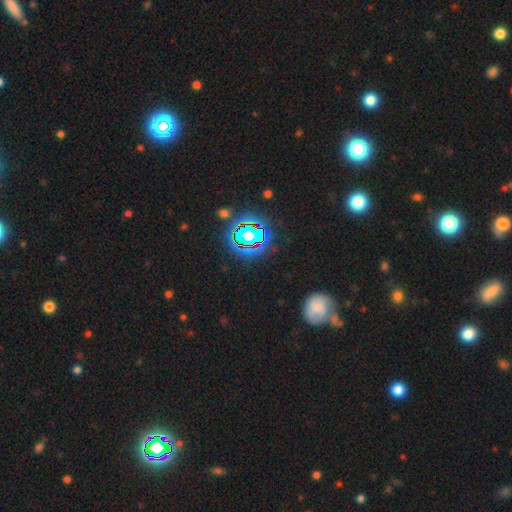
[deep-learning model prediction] Q: Smooth or featured?
A: star or artifact (75%); runner-up: smooth (16%)